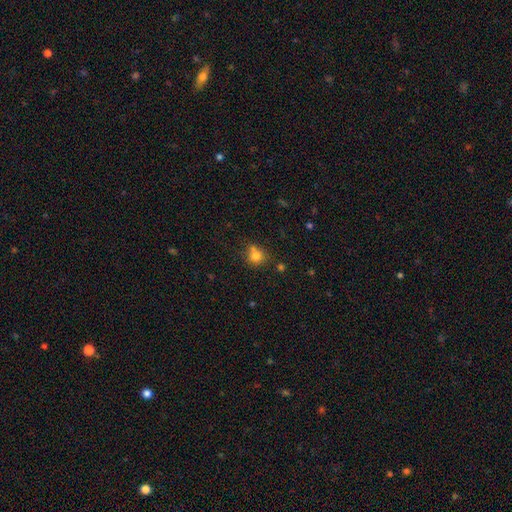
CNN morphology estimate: A smooth galaxy with no disk features (78%) that is round (81%).

Vote fractions:
- Smooth or featured? smooth: 78% / star or artifact: 13% / featured or disk: 9%
- How rounded? round: 81% / in between: 18% / cigar-shaped: 1%
- Merging? none: 55% / merger: 26% / minor disturbance: 14% / major disturbance: 5%